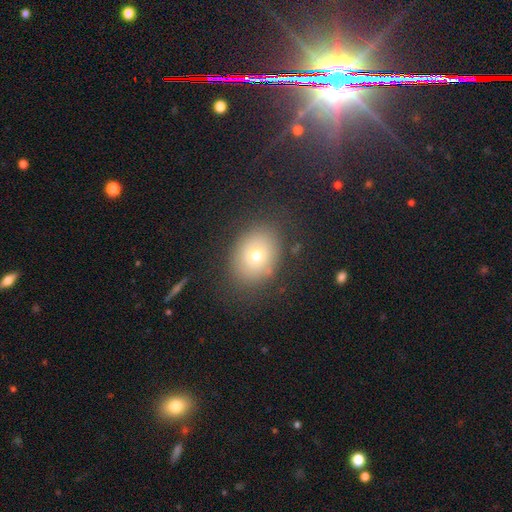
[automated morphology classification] A smooth galaxy with no disk features (61%) that is in between round and cigar-shaped (50%). Merging: none (84%).